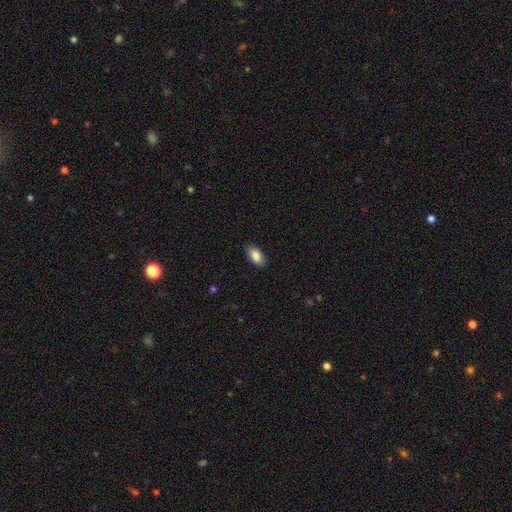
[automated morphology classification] type=smooth (86%); roundness=in between (92%); merging=none (87%).